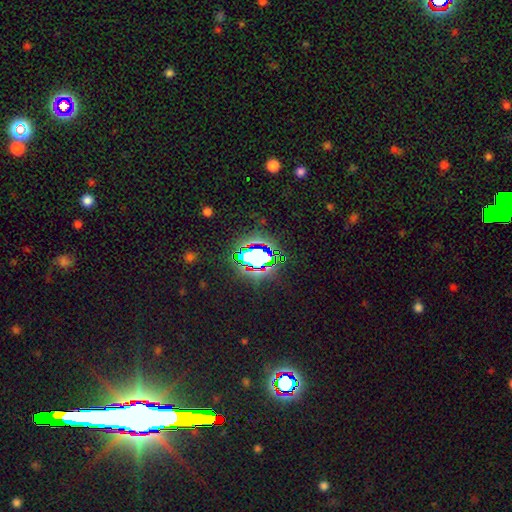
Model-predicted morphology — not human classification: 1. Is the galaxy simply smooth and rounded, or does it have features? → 68% star or artifact, 21% smooth, 12% featured or disk.